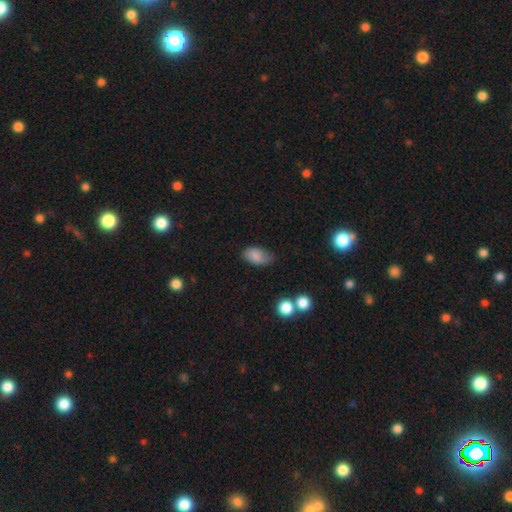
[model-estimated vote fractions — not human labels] This is clearly a smooth galaxy (81%). How rounded: clearly in between (92%). Merging: likely none (67%).